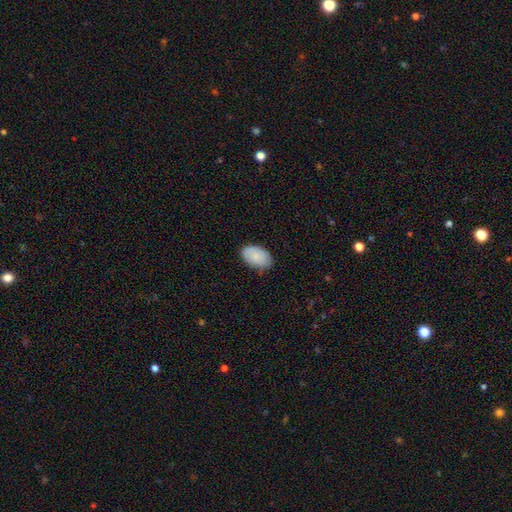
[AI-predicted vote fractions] Smooth or featured?
  - smooth: 85% *
  - featured or disk: 9%
  - star or artifact: 6%
How rounded?
  - in between: 93% *
  - round: 6%
  - cigar-shaped: 1%
Merging?
  - none: 80% *
  - minor disturbance: 17%
  - major disturbance: 3%
  - merger: 1%